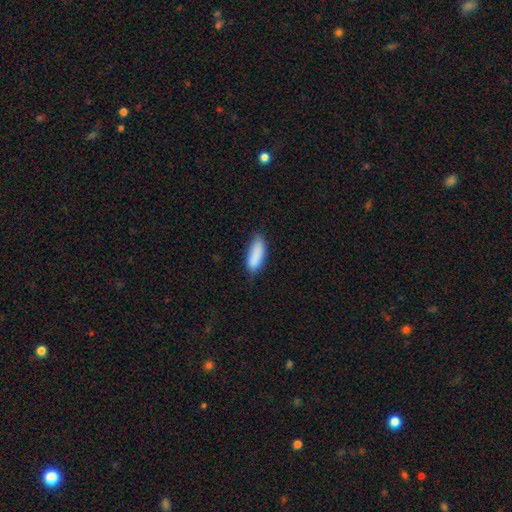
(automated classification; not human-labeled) Q: Smooth or featured?
A: smooth (88%); runner-up: star or artifact (6%)
Q: How rounded?
A: in between (67%); runner-up: cigar-shaped (31%)
Q: Merging?
A: none (69%); runner-up: minor disturbance (25%)